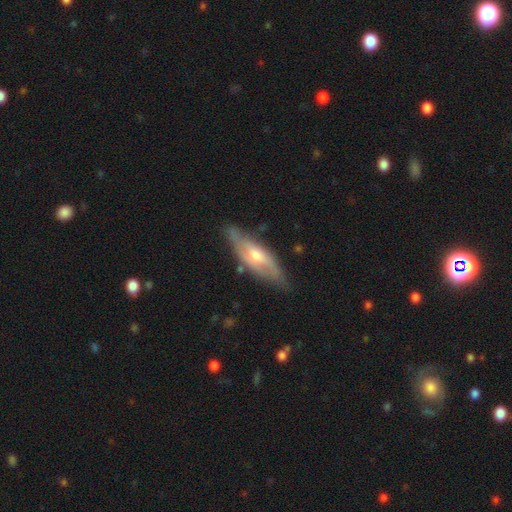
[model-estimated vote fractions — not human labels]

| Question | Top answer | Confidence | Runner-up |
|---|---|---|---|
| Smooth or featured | featured or disk | 62% | smooth (32%) |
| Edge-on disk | no | 53% | yes (47%) |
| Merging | none | 72% | minor disturbance (21%) |